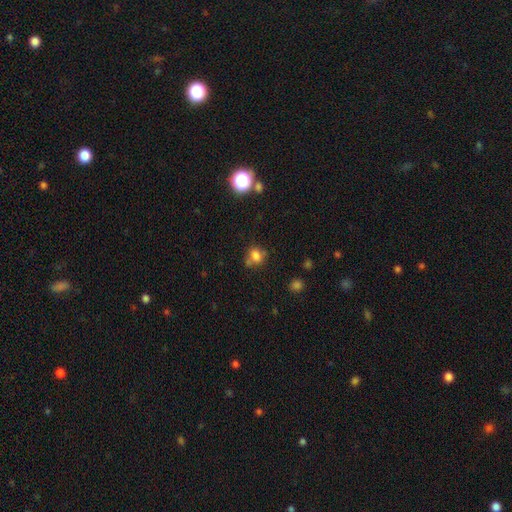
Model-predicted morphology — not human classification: smooth_or_featured: smooth (p=0.76) [alt: star or artifact p=0.14]
how_rounded: round (p=0.65) [alt: in between p=0.34]
merging: none (p=0.56) [alt: minor disturbance p=0.20]